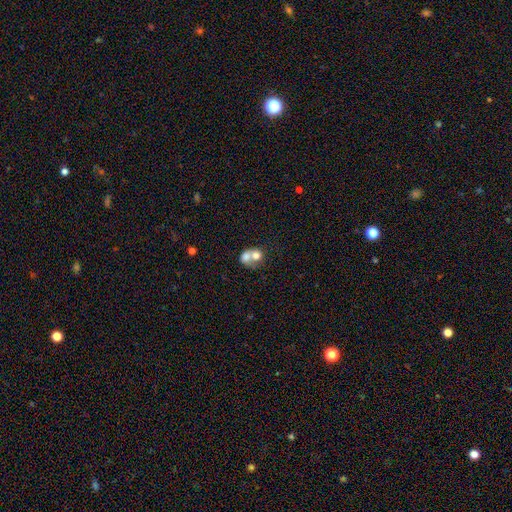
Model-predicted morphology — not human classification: Smooth or featured?
  - smooth: 67% *
  - featured or disk: 25%
  - star or artifact: 9%
How rounded?
  - round: 61% *
  - in between: 38%
  - cigar-shaped: 1%
Merging?
  - merger: 73% *
  - none: 17%
  - minor disturbance: 5%
  - major disturbance: 4%